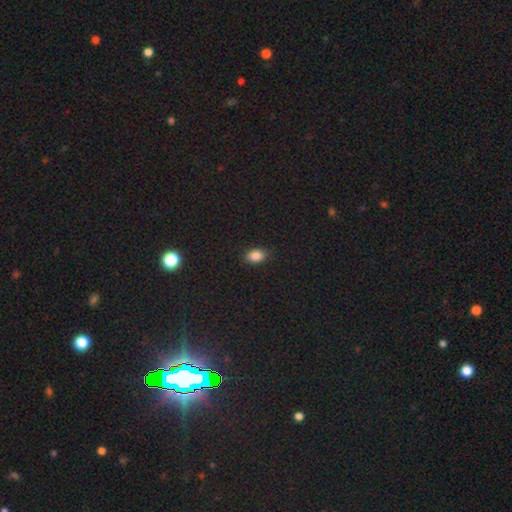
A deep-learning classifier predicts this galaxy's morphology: Overall: smooth (86%). How rounded: in between (85%). Merging: none (87%).